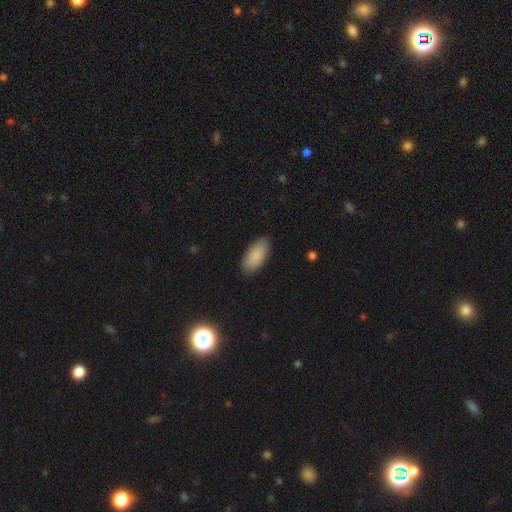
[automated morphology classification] Smooth or featured? Predicted: smooth (p=0.89). How rounded? Predicted: in between (p=0.90). Merging? Predicted: none (p=0.87).